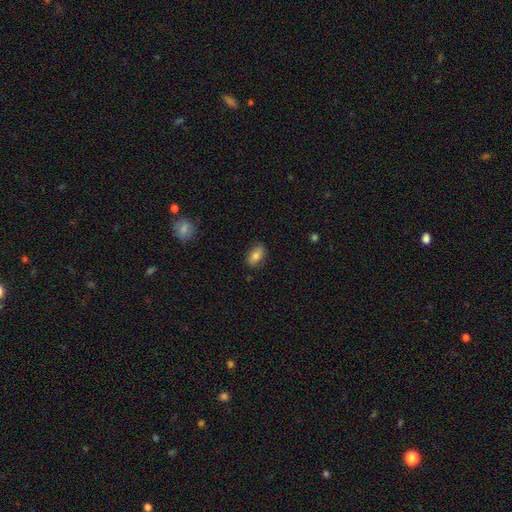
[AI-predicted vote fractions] Smooth or featured?
  - smooth: 78% *
  - featured or disk: 14%
  - star or artifact: 8%
How rounded?
  - in between: 88% *
  - round: 9%
  - cigar-shaped: 4%
Merging?
  - none: 83% *
  - minor disturbance: 13%
  - major disturbance: 3%
  - merger: 1%